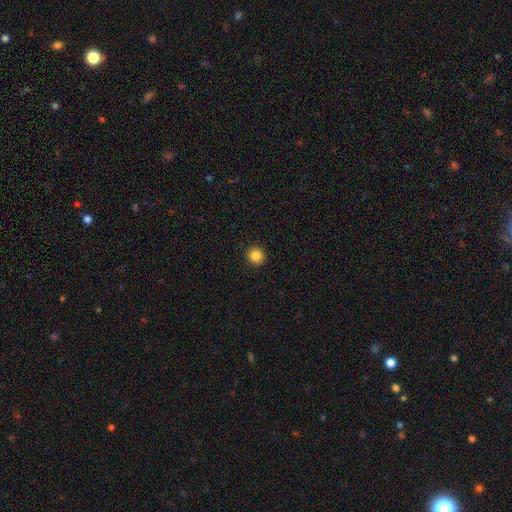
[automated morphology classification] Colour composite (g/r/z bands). It shows a smooth galaxy with no disk features (85%) that is round (93%). Merging: none (93%).